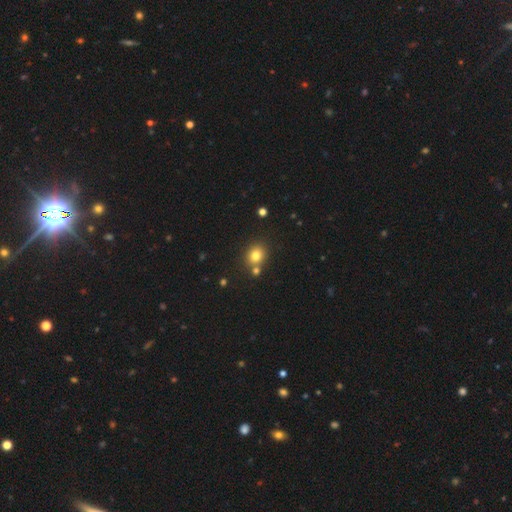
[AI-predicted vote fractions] Smooth or featured?
  - smooth: 79% *
  - star or artifact: 13%
  - featured or disk: 8%
How rounded?
  - round: 78% *
  - in between: 22%
  - cigar-shaped: 1%
Merging?
  - none: 69% *
  - merger: 19%
  - minor disturbance: 9%
  - major disturbance: 3%